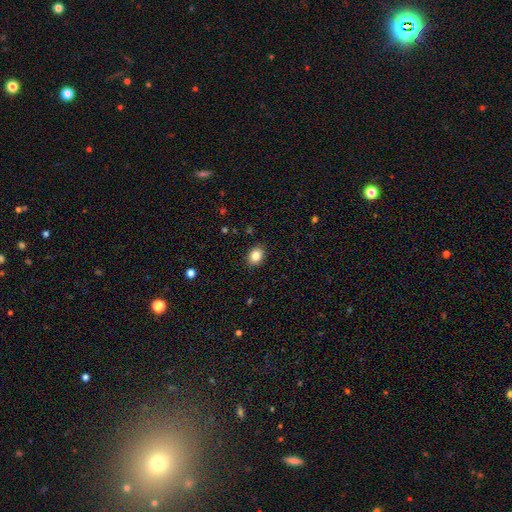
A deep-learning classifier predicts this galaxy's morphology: type=smooth (85%); roundness=in between (58%); merging=none (89%).